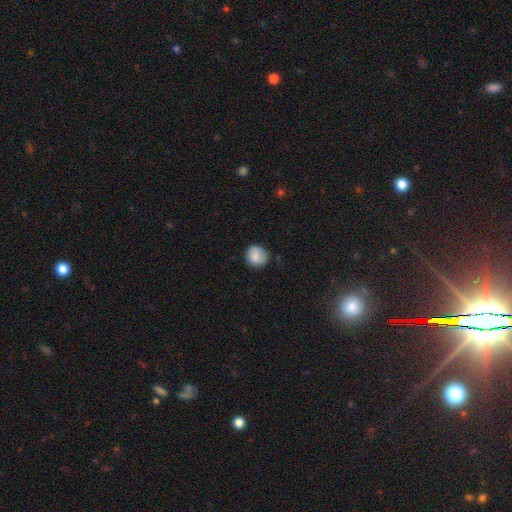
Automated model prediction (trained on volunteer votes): Smooth or featured? smooth (85%)
How rounded? round (89%)
Merging? none (80%)